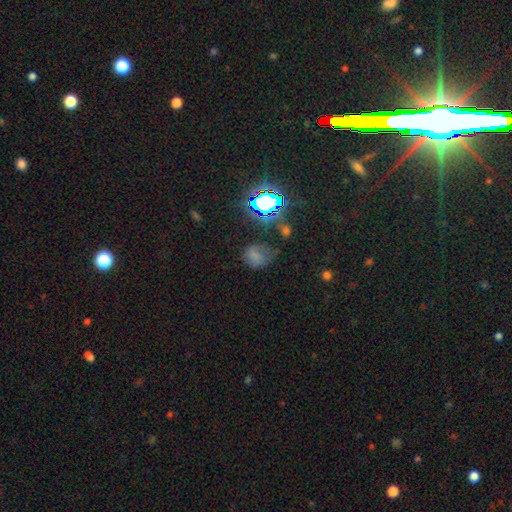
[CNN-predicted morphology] A smooth galaxy with no disk features (56%) that is round (57%). Merging: none (47%).